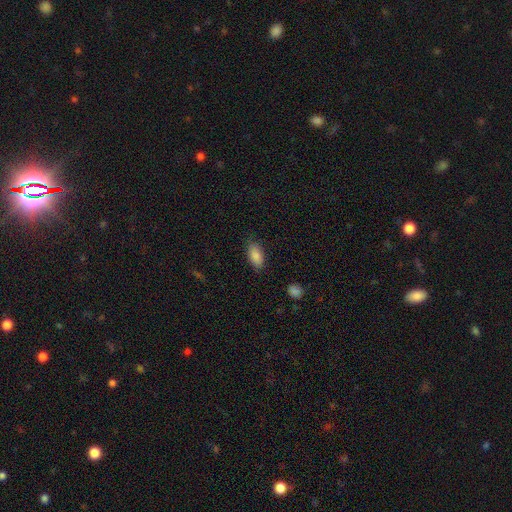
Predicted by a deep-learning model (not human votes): smooth 87%, star or artifact 7%, featured or disk 5%. Down the decision tree: how rounded — in between (91%); merging — none (83%).